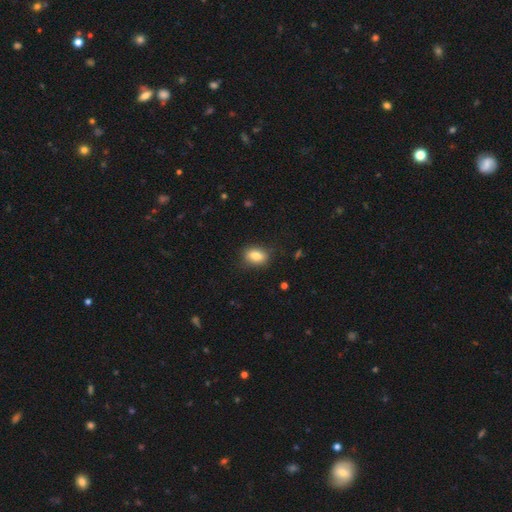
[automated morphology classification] This is clearly a smooth galaxy (83%). How rounded: likely in between (79%). Merging: clearly none (83%).